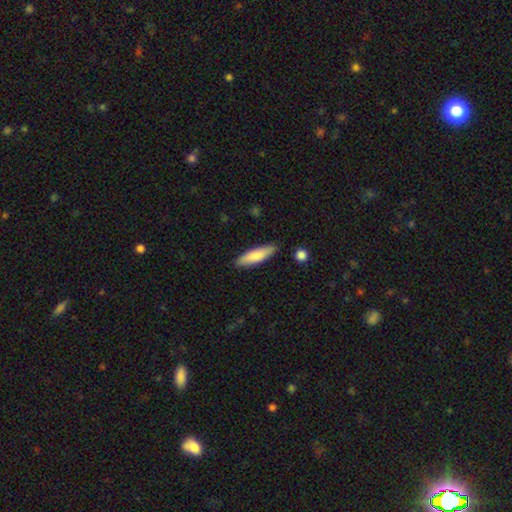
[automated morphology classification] This is clearly a smooth galaxy (81%). How rounded: likely cigar-shaped (61%). Merging: clearly none (86%).